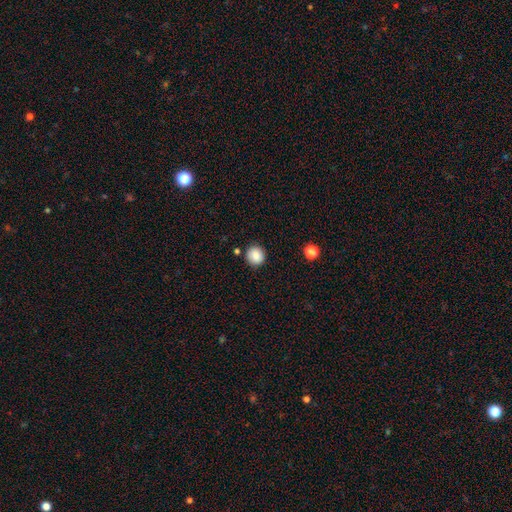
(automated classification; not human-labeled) This appears to be a smooth galaxy with no disk features (85%) that is round (91%). Merging: none (87%).